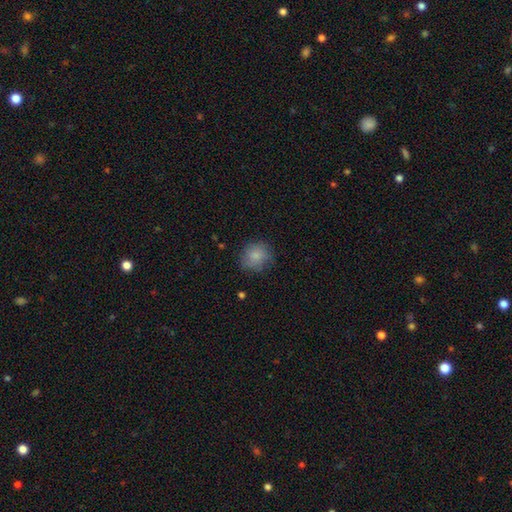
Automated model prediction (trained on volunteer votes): Overall: smooth (84%). How rounded: round (82%). Merging: none (78%).